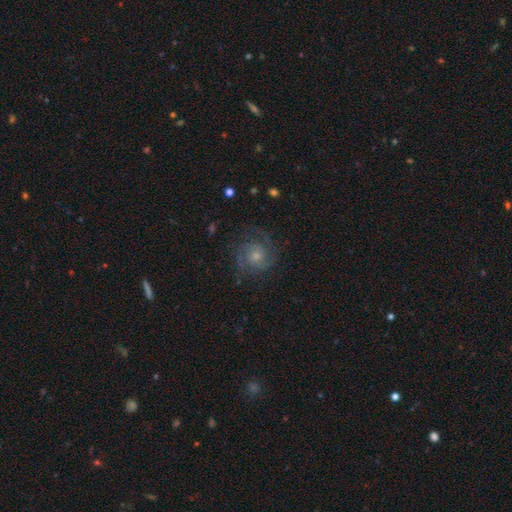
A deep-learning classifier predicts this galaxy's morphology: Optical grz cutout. It shows a featured or disk galaxy (75%) with no bar (71%), 2 (45%) tight (51%) spiral arms (95%) and a small central bulge (47%). Merging: none (77%).